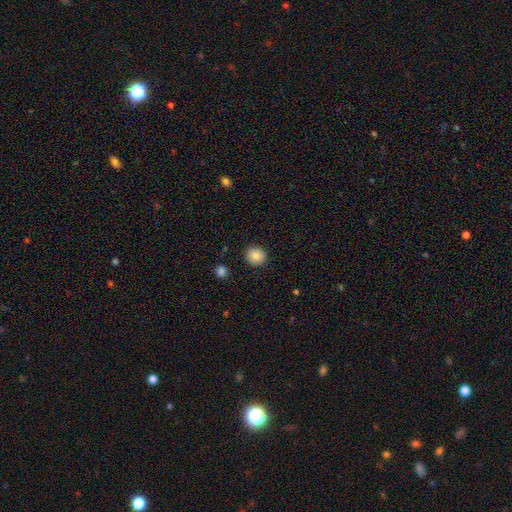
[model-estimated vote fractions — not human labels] Smooth or featured: smooth — 86% (star or artifact — 9%)
How rounded: round — 80% (in between — 19%)
Merging: none — 90% (minor disturbance — 7%)